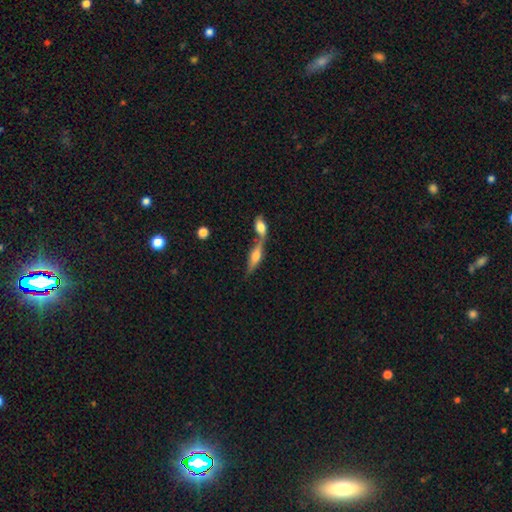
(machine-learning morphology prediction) This appears to be a featured or disk galaxy (53%) viewed edge-on (86%). Merging: merger (54%).